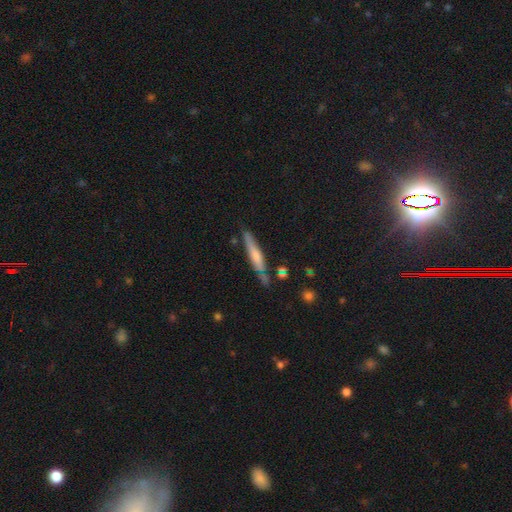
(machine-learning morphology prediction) smooth_or_featured: smooth (p=0.50) [alt: featured or disk p=0.43]
how_rounded: cigar-shaped (p=0.91) [alt: in between p=0.08]
merging: none (p=0.74) [alt: minor disturbance p=0.17]